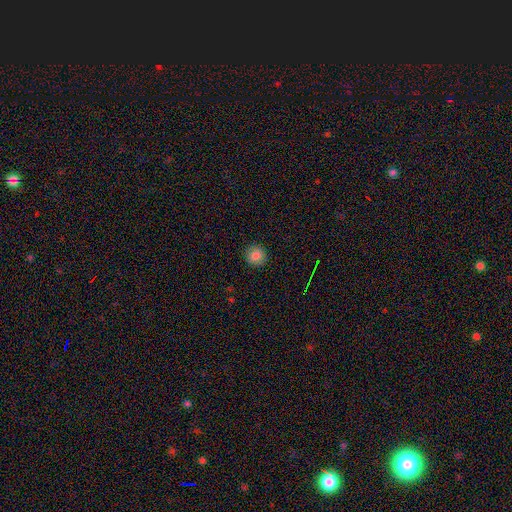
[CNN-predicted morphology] This appears to be a smooth galaxy with no disk features (85%) that is round (92%). Merging: none (91%).